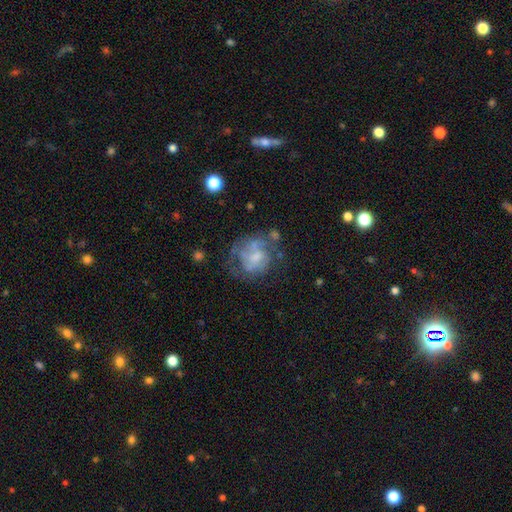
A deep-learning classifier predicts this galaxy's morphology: This appears to be a featured or disk galaxy (61%) with no bar (66%), spiral arms (54%) and a small central bulge (40%). Merging: none (50%).